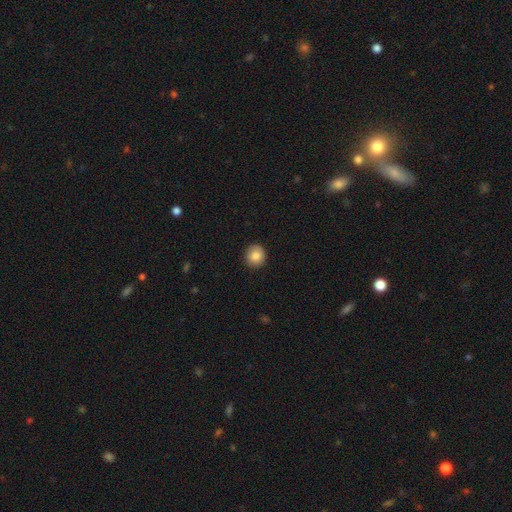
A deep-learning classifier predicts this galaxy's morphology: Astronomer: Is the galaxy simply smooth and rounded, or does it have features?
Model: smooth — 85%.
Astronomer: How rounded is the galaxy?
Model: round — 89%.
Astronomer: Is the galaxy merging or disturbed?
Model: none — 90%.